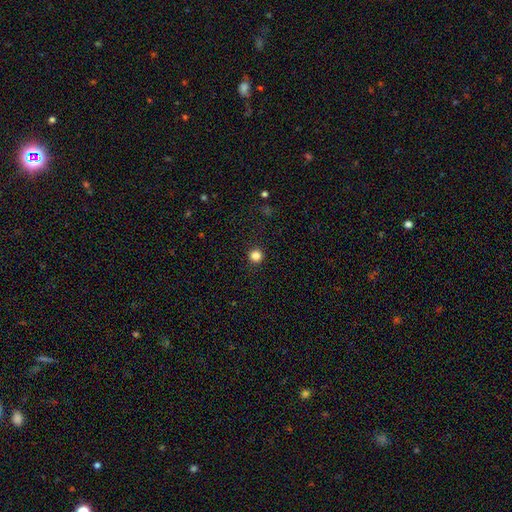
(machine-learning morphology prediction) Smooth or featured? Predicted: smooth (p=0.85). How rounded? Predicted: round (p=0.96). Merging? Predicted: none (p=0.93).